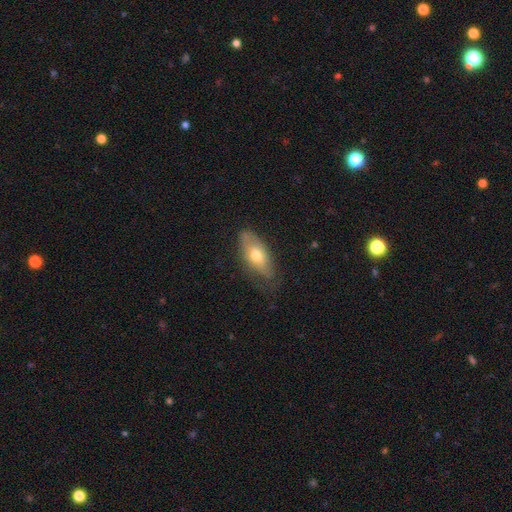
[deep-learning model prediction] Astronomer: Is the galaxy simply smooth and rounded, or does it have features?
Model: smooth — 60%.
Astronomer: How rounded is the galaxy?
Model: in between — 86%.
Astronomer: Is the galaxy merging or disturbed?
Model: none — 63%.